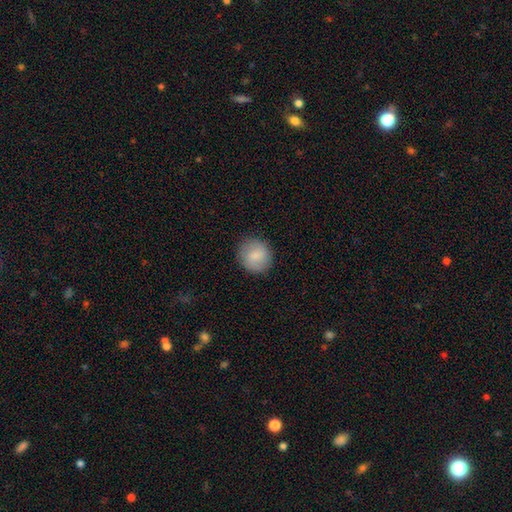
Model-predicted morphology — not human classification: Q: Smooth or featured?
A: smooth (81%); runner-up: featured or disk (12%)
Q: How rounded?
A: round (91%); runner-up: in between (8%)
Q: Merging?
A: none (88%); runner-up: minor disturbance (9%)